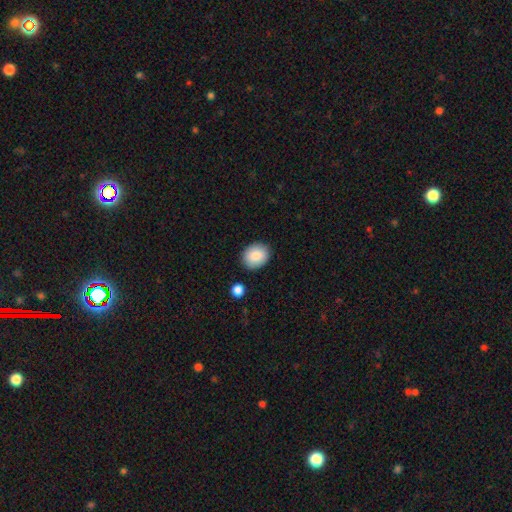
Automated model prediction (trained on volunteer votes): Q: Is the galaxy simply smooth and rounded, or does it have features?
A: smooth — 87%.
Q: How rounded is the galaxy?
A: round — 57%.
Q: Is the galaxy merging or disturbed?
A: none — 86%.